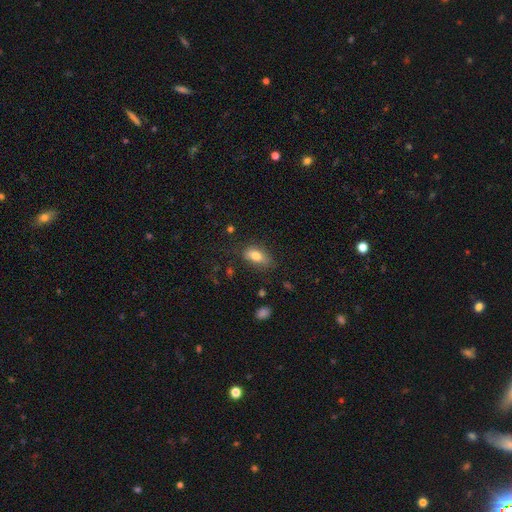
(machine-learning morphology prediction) Overall: smooth (78%). How rounded: in between (86%). Merging: none (69%).